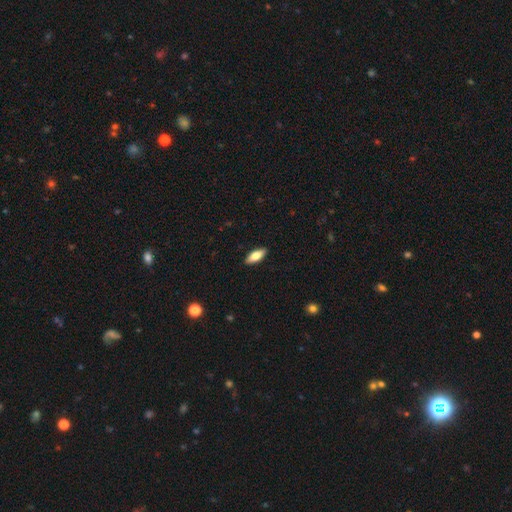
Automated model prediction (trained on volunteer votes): Smooth or featured: smooth — 75% (featured or disk — 19%)
How rounded: in between — 77% (cigar-shaped — 21%)
Merging: none — 90% (minor disturbance — 8%)